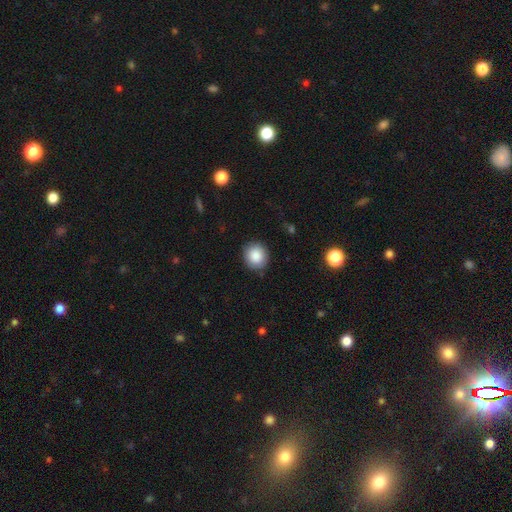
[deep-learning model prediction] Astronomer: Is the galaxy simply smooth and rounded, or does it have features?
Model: smooth — 87%.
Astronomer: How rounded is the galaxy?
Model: round — 85%.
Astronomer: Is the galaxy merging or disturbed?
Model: none — 87%.